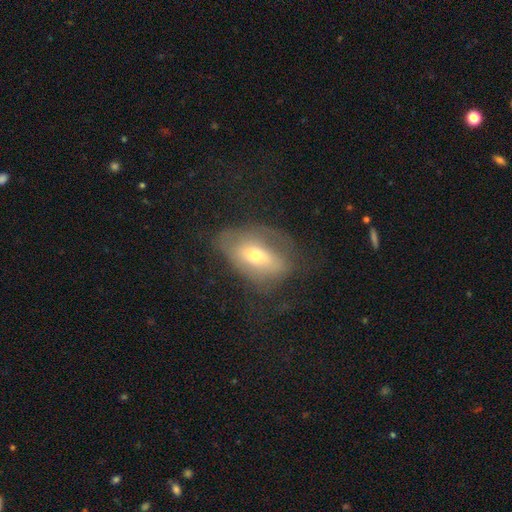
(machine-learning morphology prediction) smooth-or-featured: smooth: 48% | featured or disk: 42% | star or artifact: 9%
  merging: none: 41% | major disturbance: 29% | minor disturbance: 28% | merger: 2%